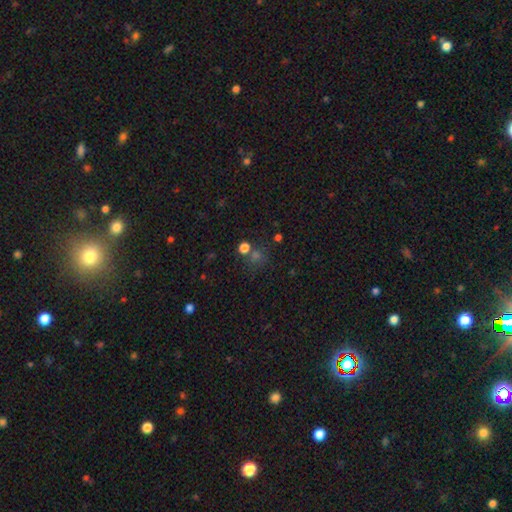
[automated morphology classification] A smooth galaxy with no disk features (48%).

Vote fractions:
- Smooth or featured? smooth: 48% / star or artifact: 43% / featured or disk: 9%
- Merging? none: 68% / merger: 19% / minor disturbance: 9% / major disturbance: 5%